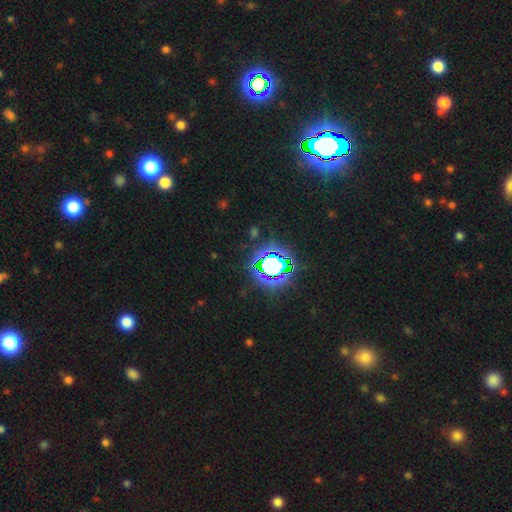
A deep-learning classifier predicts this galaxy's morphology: Smooth or featured: star or artifact — 83% (smooth — 10%)